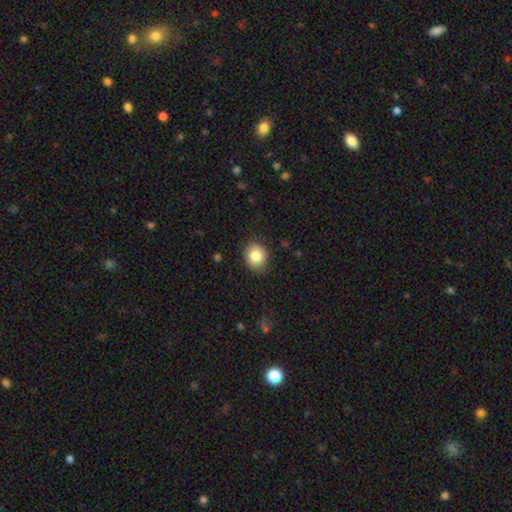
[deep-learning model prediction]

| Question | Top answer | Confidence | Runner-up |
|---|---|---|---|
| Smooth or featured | smooth | 83% | star or artifact (9%) |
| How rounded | round | 72% | in between (27%) |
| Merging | none | 85% | minor disturbance (11%) |